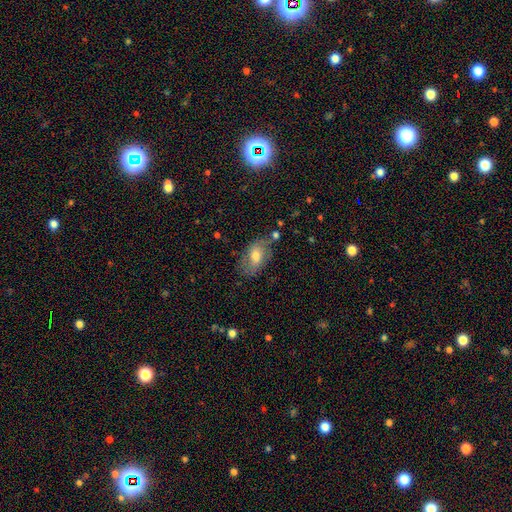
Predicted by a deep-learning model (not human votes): A smooth galaxy with no disk features (64%) that is in between round and cigar-shaped (89%).

Vote fractions:
- Smooth or featured? smooth: 64% / featured or disk: 28% / star or artifact: 8%
- How rounded? in between: 89% / round: 9% / cigar-shaped: 2%
- Merging? none: 65% / minor disturbance: 23% / major disturbance: 7% / merger: 5%